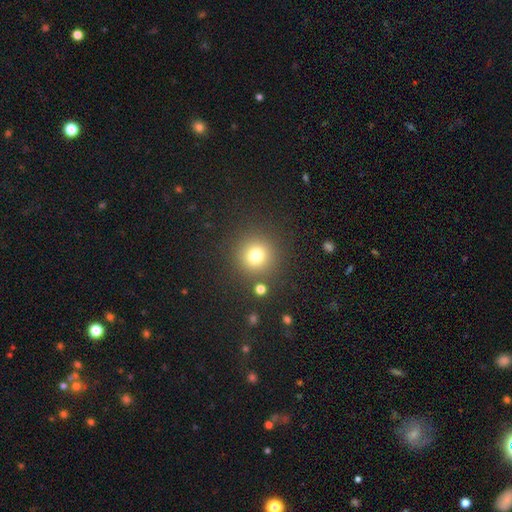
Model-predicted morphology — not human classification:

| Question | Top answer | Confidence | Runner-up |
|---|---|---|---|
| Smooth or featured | smooth | 76% | star or artifact (16%) |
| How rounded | round | 94% | in between (5%) |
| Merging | none | 87% | minor disturbance (7%) |